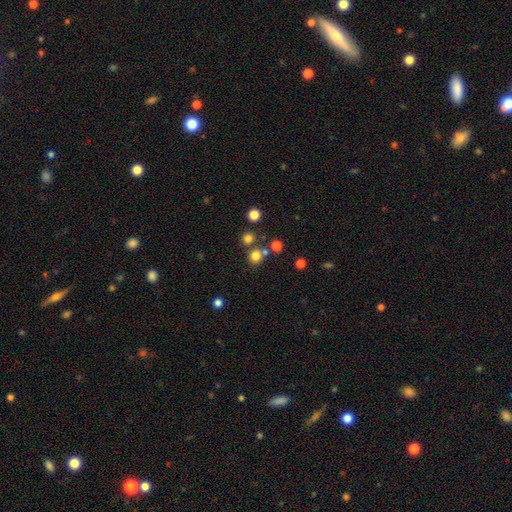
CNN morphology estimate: Smooth or featured: smooth — 75% (star or artifact — 18%)
How rounded: round — 88% (in between — 11%)
Merging: none — 70% (merger — 19%)